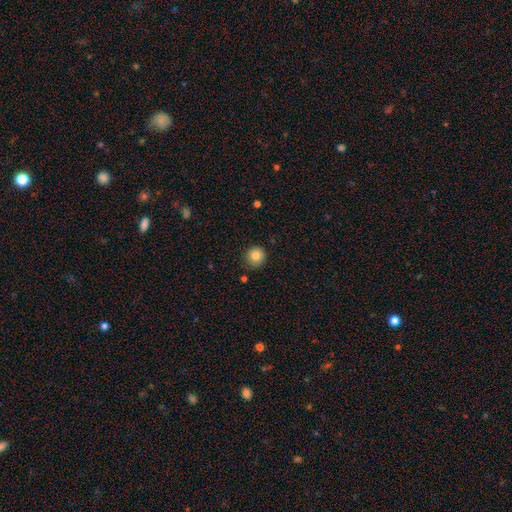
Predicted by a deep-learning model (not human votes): smooth 84%, star or artifact 10%, featured or disk 6%. Down the decision tree: how rounded — round (92%); merging — none (87%).